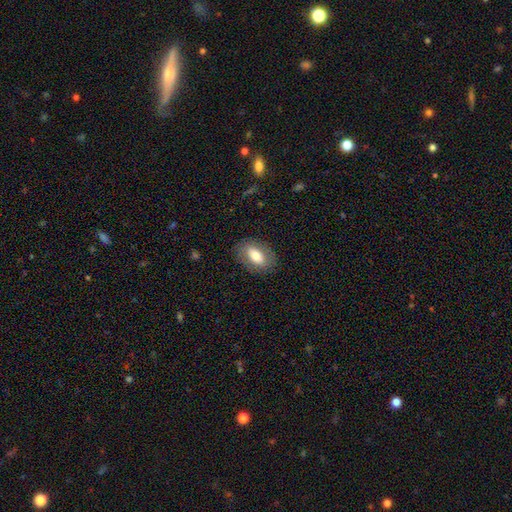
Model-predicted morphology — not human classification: This appears to be a smooth galaxy with no disk features (65%) that is in between round and cigar-shaped (88%). Merging: none (82%).